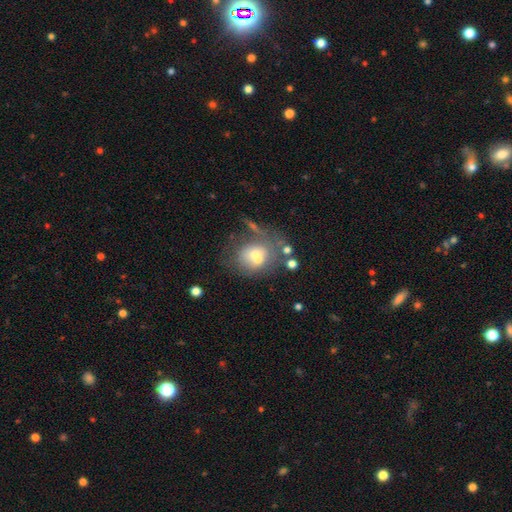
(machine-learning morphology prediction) smooth_or_featured: smooth (p=0.57) [alt: featured or disk p=0.32]
how_rounded: round (p=0.64) [alt: in between p=0.35]
merging: none (p=0.34) [alt: merger p=0.33]